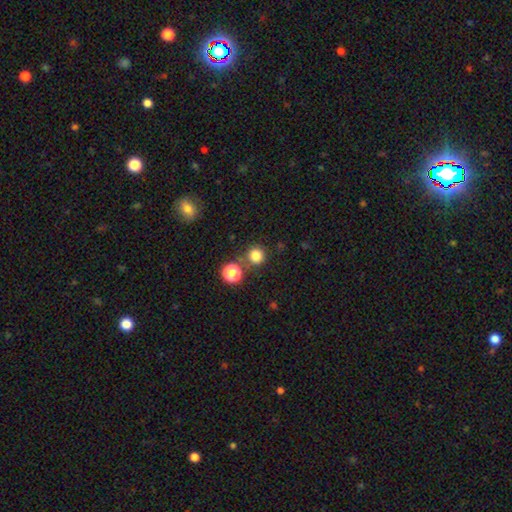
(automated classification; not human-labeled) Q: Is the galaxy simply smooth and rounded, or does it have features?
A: smooth — 80%.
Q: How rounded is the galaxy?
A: round — 91%.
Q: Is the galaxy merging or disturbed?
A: none — 77%.